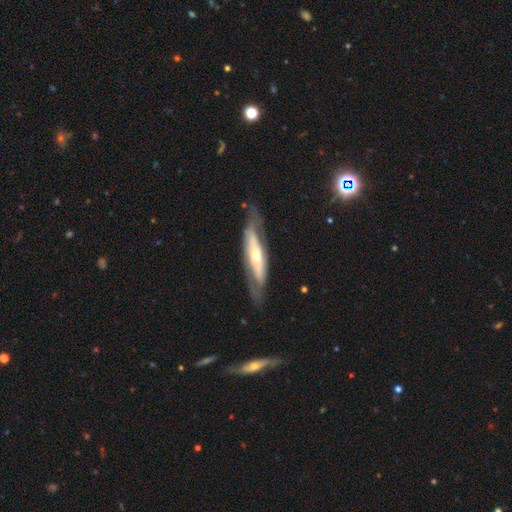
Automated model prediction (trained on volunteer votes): Q: Smooth or featured?
A: featured or disk (67%); runner-up: smooth (28%)
Q: Edge-on disk?
A: no (60%); runner-up: yes (40%)
Q: Merging?
A: none (71%); runner-up: minor disturbance (18%)